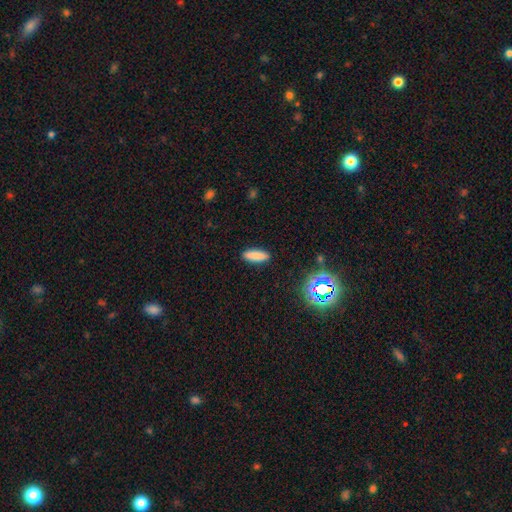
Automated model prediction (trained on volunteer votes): A smooth galaxy with no disk features (84%) that is cigar-shaped (51%). Merging: none (89%).